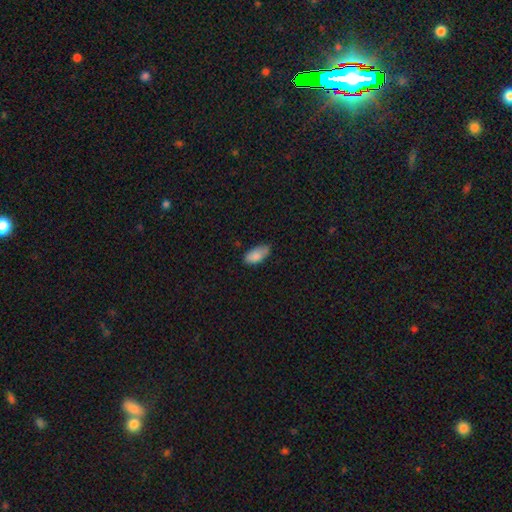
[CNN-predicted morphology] Overall: smooth (85%). How rounded: in between (91%). Merging: none (60%; minor disturbance 33%).